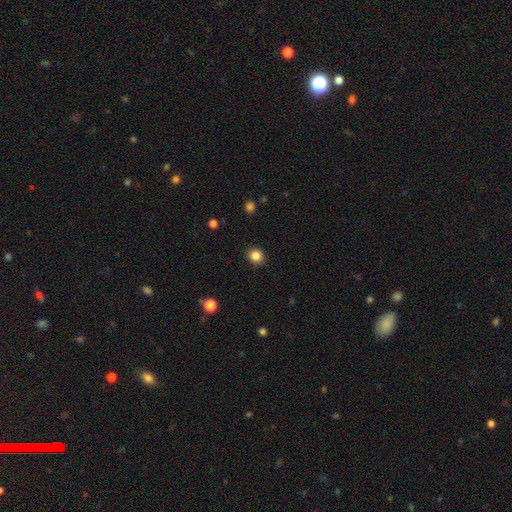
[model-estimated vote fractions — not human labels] Smooth or featured? Predicted: smooth (p=0.85). How rounded? Predicted: round (p=0.82). Merging? Predicted: none (p=0.90).